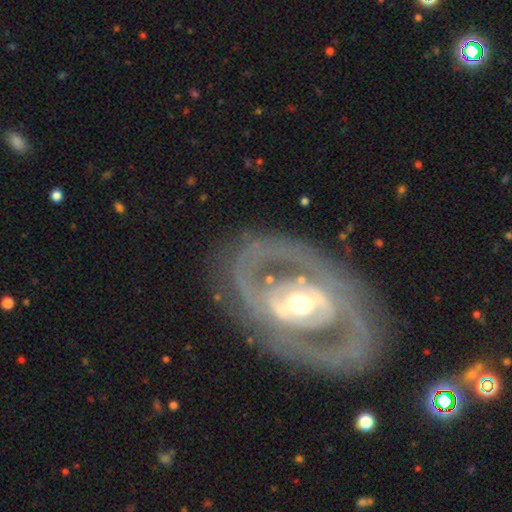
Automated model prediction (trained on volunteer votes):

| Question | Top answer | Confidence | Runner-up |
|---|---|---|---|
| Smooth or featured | featured or disk | 86% | smooth (9%) |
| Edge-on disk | no | 95% | yes (5%) |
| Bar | strong | 34% | weak (33%) |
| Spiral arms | yes | 79% | no (21%) |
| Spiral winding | tight | 47% | medium (40%) |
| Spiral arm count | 2 | 77% | can't tell (11%) |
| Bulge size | moderate | 62% | small (24%) |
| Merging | none | 79% | minor disturbance (13%) |